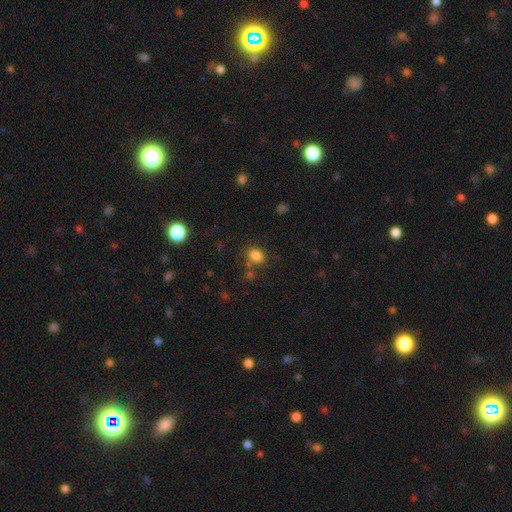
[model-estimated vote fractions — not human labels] This appears to be a smooth galaxy with no disk features (82%) that is in between round and cigar-shaped (51%). Merging: none (70%).